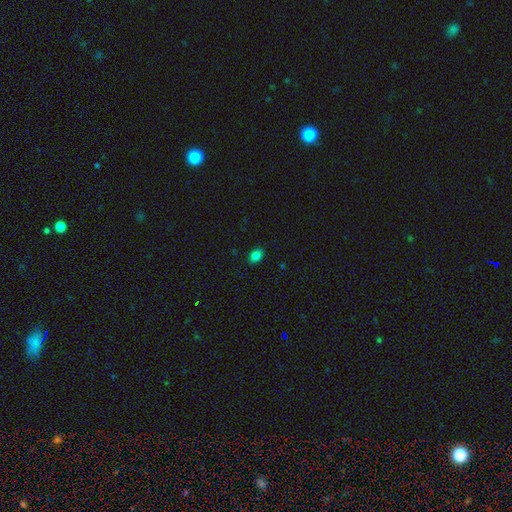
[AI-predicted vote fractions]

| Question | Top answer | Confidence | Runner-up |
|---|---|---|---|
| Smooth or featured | smooth | 82% | star or artifact (13%) |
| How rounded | in between | 68% | round (31%) |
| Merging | none | 88% | minor disturbance (9%) |